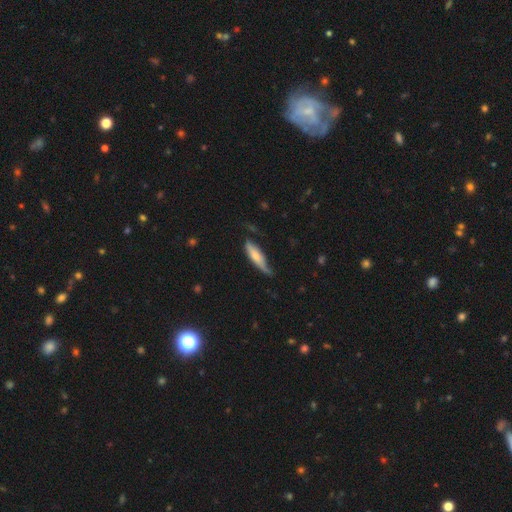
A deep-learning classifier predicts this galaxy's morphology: This appears to be a smooth galaxy with no disk features (61%) that is cigar-shaped (61%). Merging: none (47%).